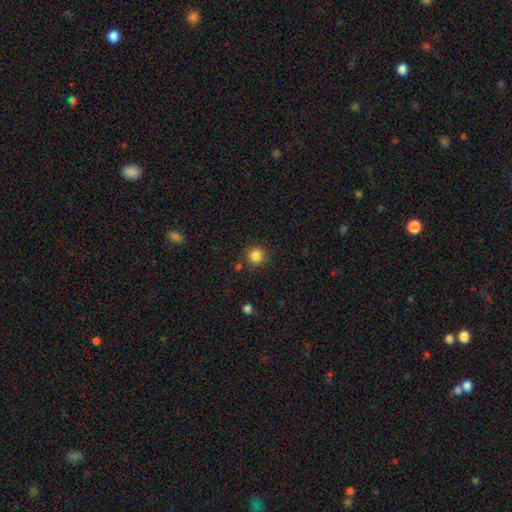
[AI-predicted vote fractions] This appears to be a smooth galaxy with no disk features (85%) that is round (94%). Merging: none (87%).